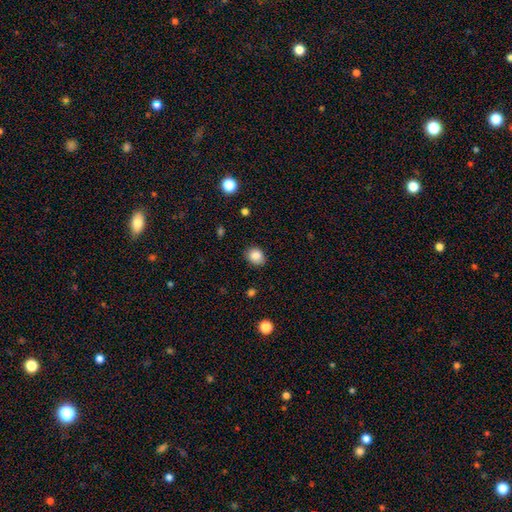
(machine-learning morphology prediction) Q: Smooth or featured?
A: smooth (86%); runner-up: star or artifact (9%)
Q: How rounded?
A: round (51%); runner-up: in between (48%)
Q: Merging?
A: none (84%); runner-up: minor disturbance (12%)